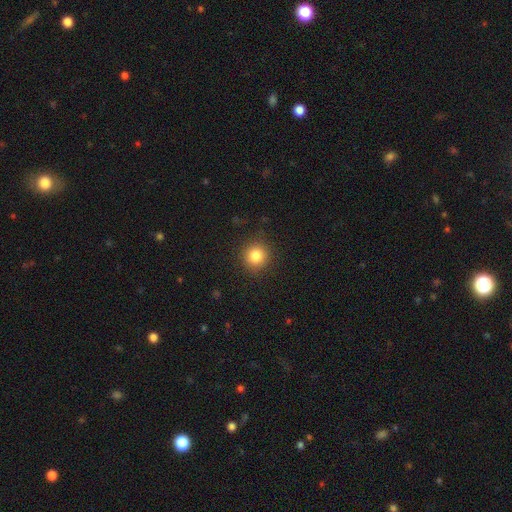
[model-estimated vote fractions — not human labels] smooth_or_featured: smooth (p=0.84) [alt: star or artifact p=0.11]
how_rounded: round (p=0.91) [alt: in between p=0.08]
merging: none (p=0.88) [alt: minor disturbance p=0.08]